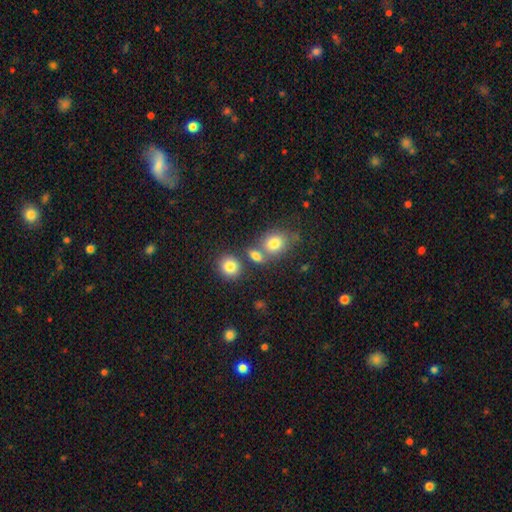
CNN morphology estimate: The model was most divided on "how rounded": round: 52%, in between: 46%, cigar-shaped: 2%. Remaining: smooth or featured — smooth (80%); merging — none (50%).